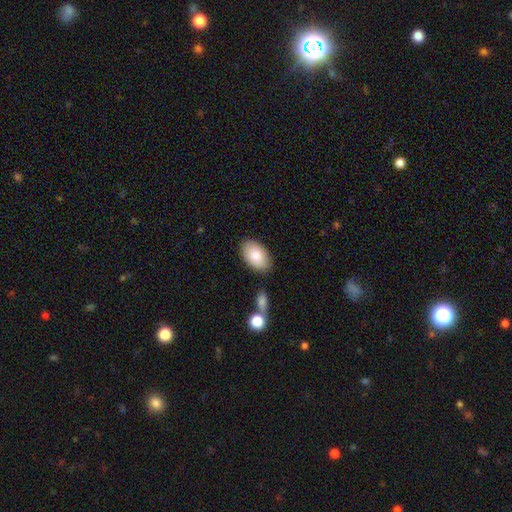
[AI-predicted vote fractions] smooth-or-featured: smooth: 85% | featured or disk: 9% | star or artifact: 6%
  how-rounded: in between: 94% | round: 5% | cigar-shaped: 1%
  merging: none: 83% | minor disturbance: 11% | merger: 3% | major disturbance: 3%